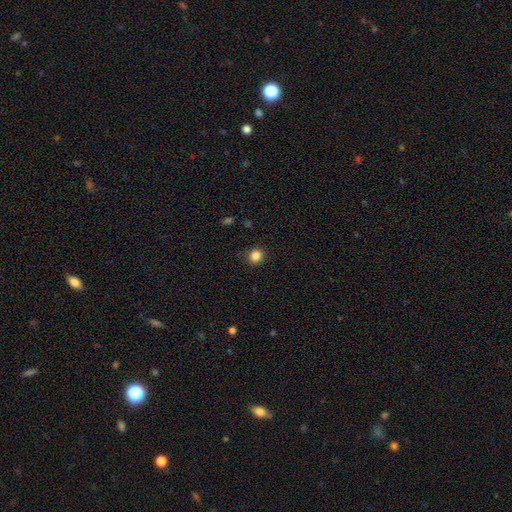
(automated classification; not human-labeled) smooth_or_featured: smooth (p=0.85) [alt: star or artifact p=0.11]
how_rounded: round (p=0.87) [alt: in between p=0.12]
merging: none (p=0.90) [alt: minor disturbance p=0.07]